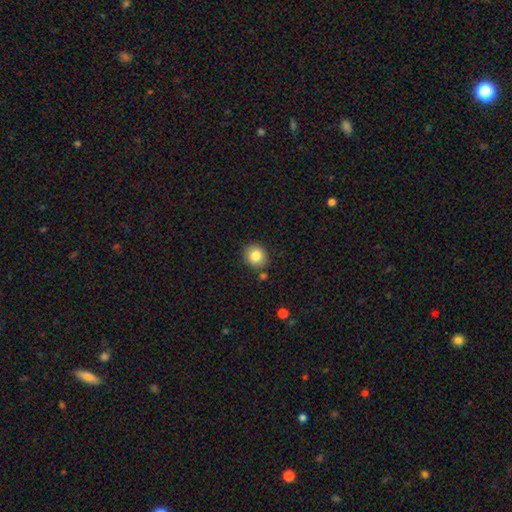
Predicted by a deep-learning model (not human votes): Smooth or featured?
  - smooth: 84% *
  - star or artifact: 9%
  - featured or disk: 7%
How rounded?
  - round: 80% *
  - in between: 19%
  - cigar-shaped: 1%
Merging?
  - none: 85% *
  - minor disturbance: 9%
  - merger: 4%
  - major disturbance: 2%